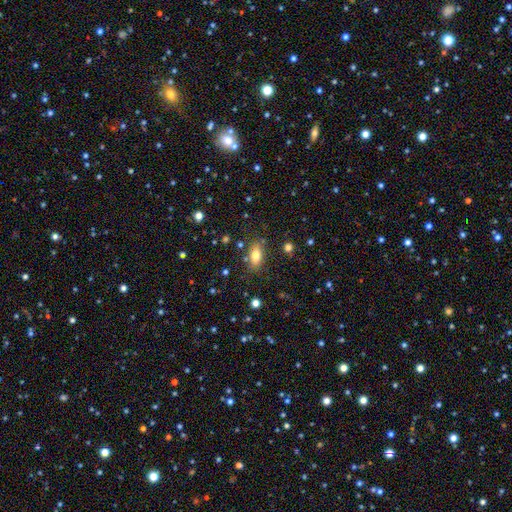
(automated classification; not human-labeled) Q: Smooth or featured?
A: smooth (75%); runner-up: featured or disk (16%)
Q: How rounded?
A: in between (83%); runner-up: cigar-shaped (12%)
Q: Merging?
A: none (80%); runner-up: minor disturbance (12%)